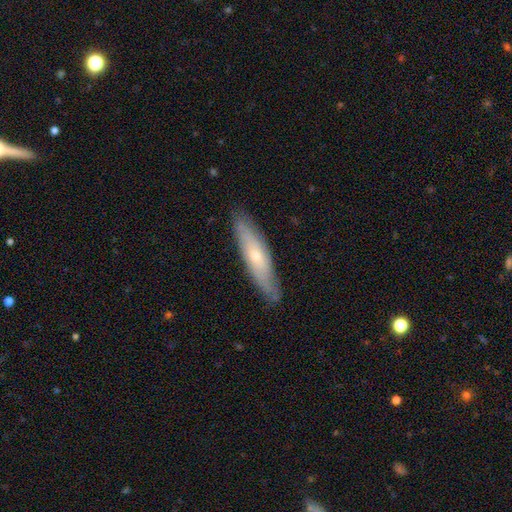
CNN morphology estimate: smooth_or_featured: featured or disk (p=0.51) [alt: smooth p=0.43]
disk_edge_on: yes (p=0.56) [alt: no p=0.44]
merging: none (p=0.83) [alt: minor disturbance p=0.13]